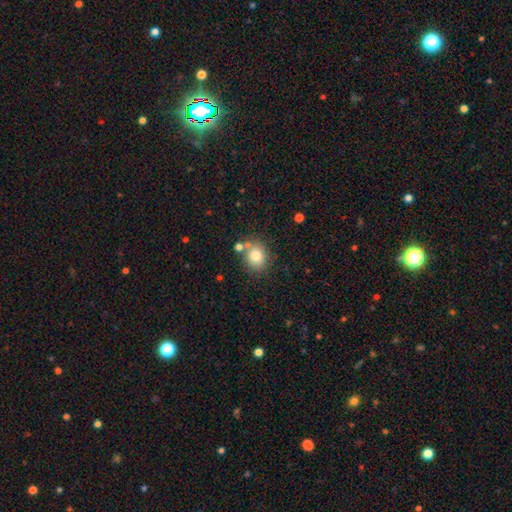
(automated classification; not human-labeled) Morphology: type=smooth (79%); roundness=round (65%); merging=none (71%).